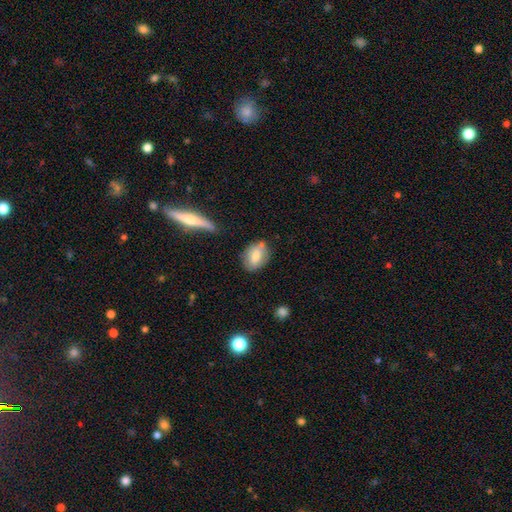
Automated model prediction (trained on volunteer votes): A smooth galaxy with no disk features (72%) that is in between round and cigar-shaped (78%).

Vote fractions:
- Smooth or featured? smooth: 72% / featured or disk: 20% / star or artifact: 7%
- How rounded? in between: 78% / round: 20% / cigar-shaped: 3%
- Merging? none: 69% / minor disturbance: 19% / merger: 7% / major disturbance: 4%